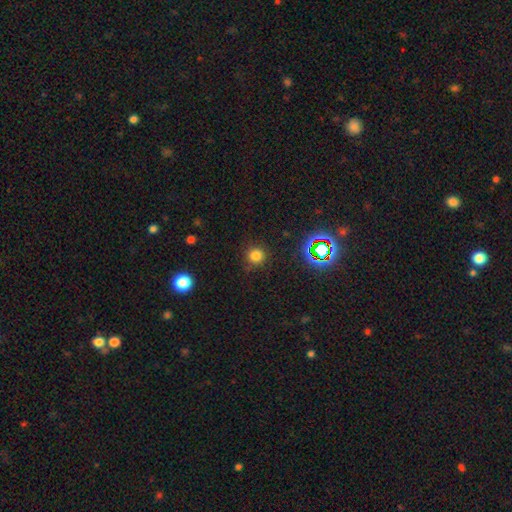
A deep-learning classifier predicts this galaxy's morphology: smooth 75%, star or artifact 20%, featured or disk 5%. Down the decision tree: how rounded — round (94%); merging — none (85%).